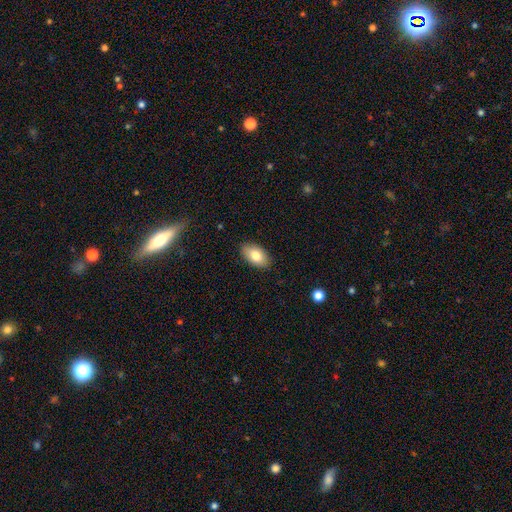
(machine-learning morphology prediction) The model was most divided on "smooth or featured": smooth: 81%, featured or disk: 12%, star or artifact: 7%. More confident: how rounded — in between (94%); merging — none (88%).